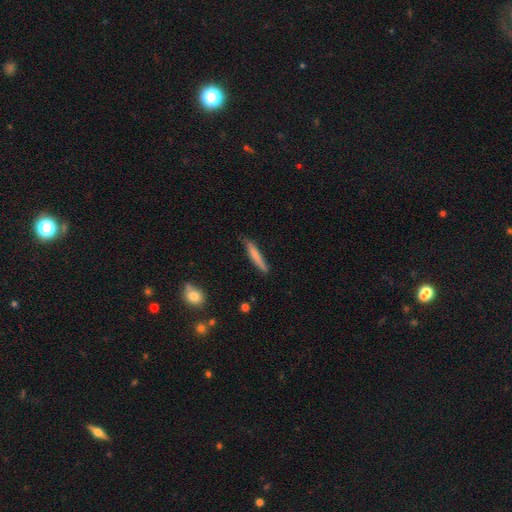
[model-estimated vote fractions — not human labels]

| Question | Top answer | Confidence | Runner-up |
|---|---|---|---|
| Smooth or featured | smooth | 72% | featured or disk (22%) |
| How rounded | cigar-shaped | 94% | in between (5%) |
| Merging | none | 80% | minor disturbance (15%) |